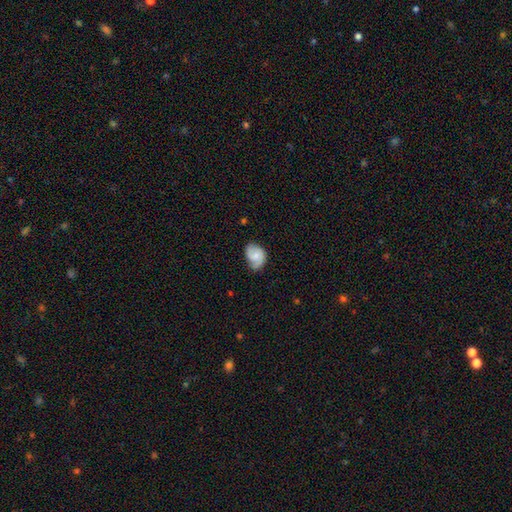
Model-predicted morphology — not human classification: type=smooth (48%); merging=none (53%).